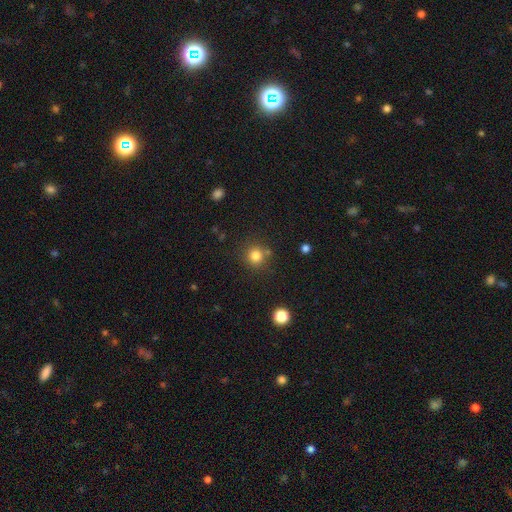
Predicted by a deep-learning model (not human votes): A smooth galaxy with no disk features (81%) that is round (93%). Merging: none (80%).